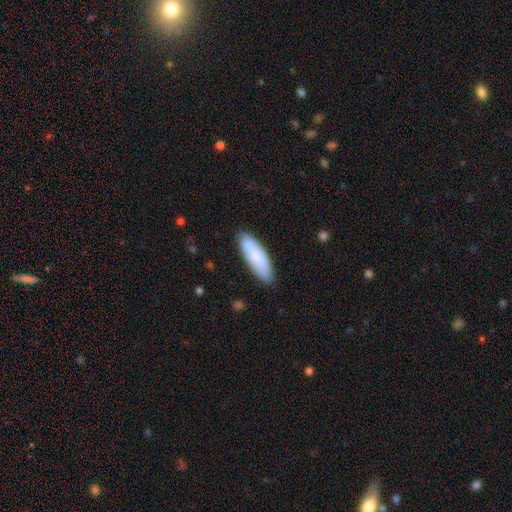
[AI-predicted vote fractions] smooth 78%, featured or disk 16%, star or artifact 6%. Down the decision tree: how rounded — in between (57%); merging — none (81%).